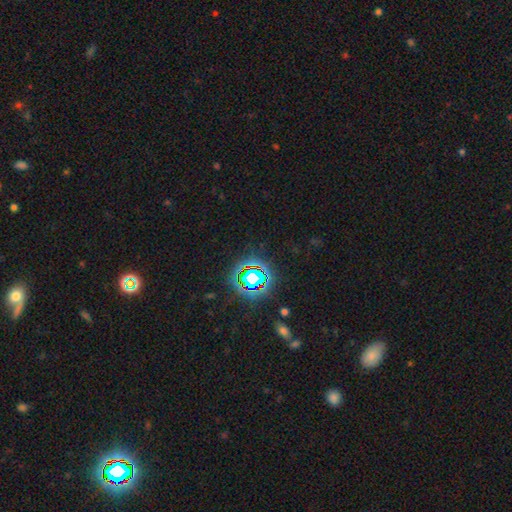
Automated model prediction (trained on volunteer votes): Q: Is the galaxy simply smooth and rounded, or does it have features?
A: star or artifact — 78%.